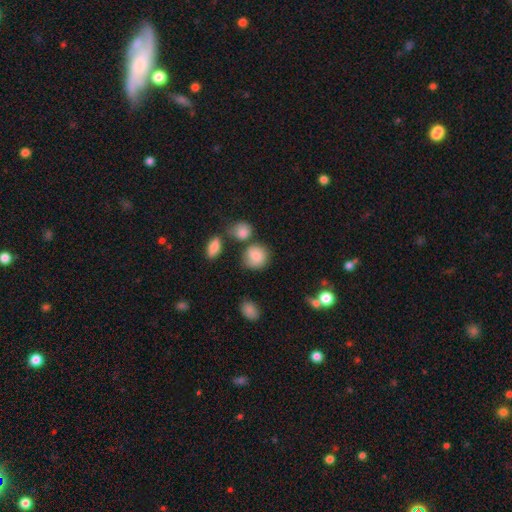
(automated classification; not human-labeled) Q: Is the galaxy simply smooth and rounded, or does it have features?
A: smooth — 82%.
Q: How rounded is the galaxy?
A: round — 78%.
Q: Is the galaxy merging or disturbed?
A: none — 62%.